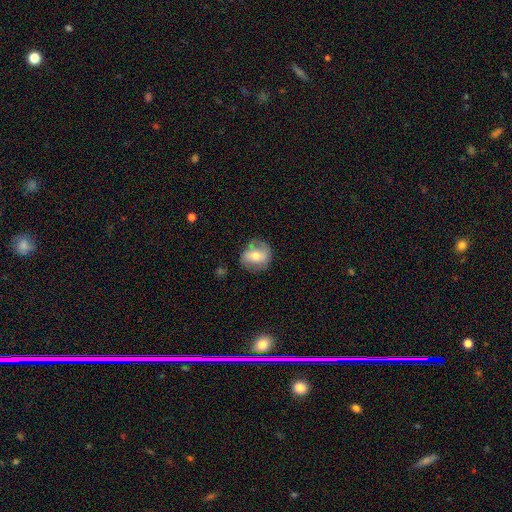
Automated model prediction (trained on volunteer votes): Smooth or featured? smooth (53%)
How rounded? round (69%)
Merging? none (71%)